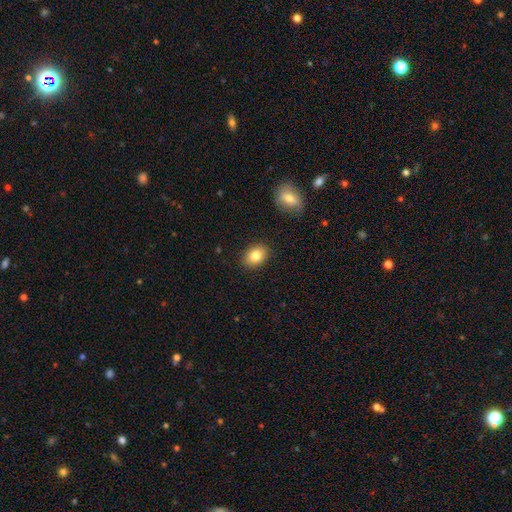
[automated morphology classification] A smooth galaxy with no disk features (83%) that is in between round and cigar-shaped (74%). Merging: none (88%).